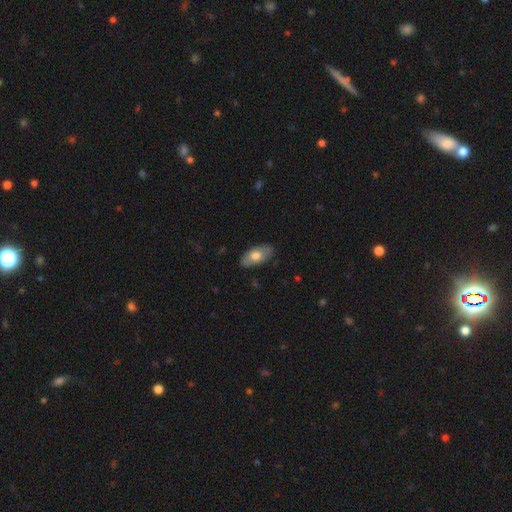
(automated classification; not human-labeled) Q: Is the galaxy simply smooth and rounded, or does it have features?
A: smooth — 67%.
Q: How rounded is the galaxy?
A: in between — 92%.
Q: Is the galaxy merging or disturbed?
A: none — 82%.